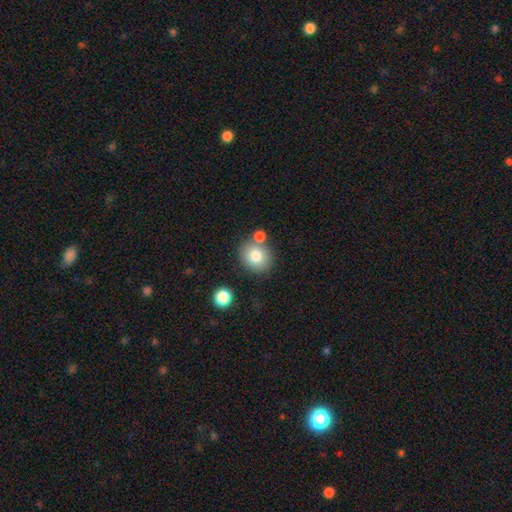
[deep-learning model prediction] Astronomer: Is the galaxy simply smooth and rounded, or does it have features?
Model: smooth — 80%.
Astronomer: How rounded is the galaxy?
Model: round — 80%.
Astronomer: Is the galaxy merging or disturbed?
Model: none — 70%.